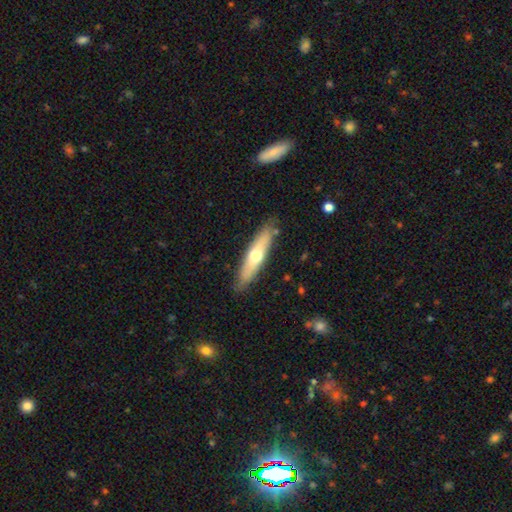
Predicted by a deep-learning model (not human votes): Smooth or featured?
  - smooth: 51% *
  - featured or disk: 44%
  - star or artifact: 5%
How rounded?
  - cigar-shaped: 77% *
  - in between: 21%
  - round: 2%
Merging?
  - none: 85% *
  - minor disturbance: 11%
  - major disturbance: 2%
  - merger: 2%